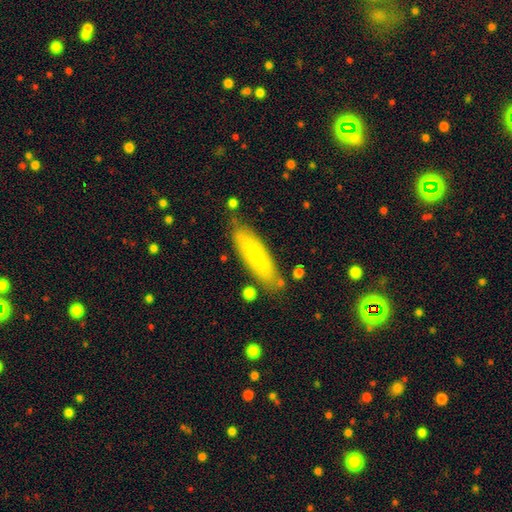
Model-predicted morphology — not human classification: smooth 67%, featured or disk 26%, star or artifact 7%. Down the decision tree: how rounded — cigar-shaped (65%); merging — none (80%).